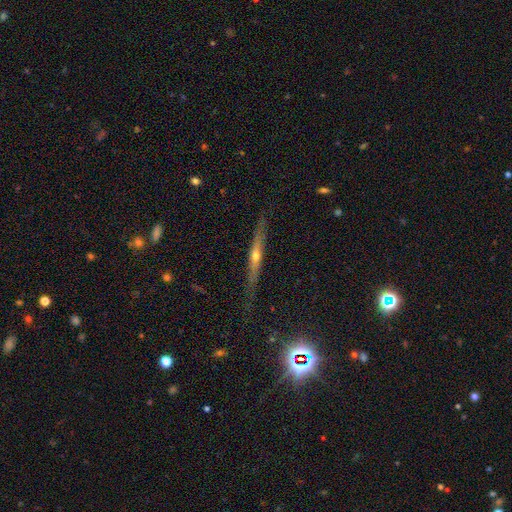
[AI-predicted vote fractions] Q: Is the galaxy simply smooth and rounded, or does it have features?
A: featured or disk — 68%.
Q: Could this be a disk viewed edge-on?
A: yes — 95%.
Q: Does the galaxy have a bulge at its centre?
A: rounded — 81%.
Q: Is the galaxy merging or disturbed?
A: none — 81%.